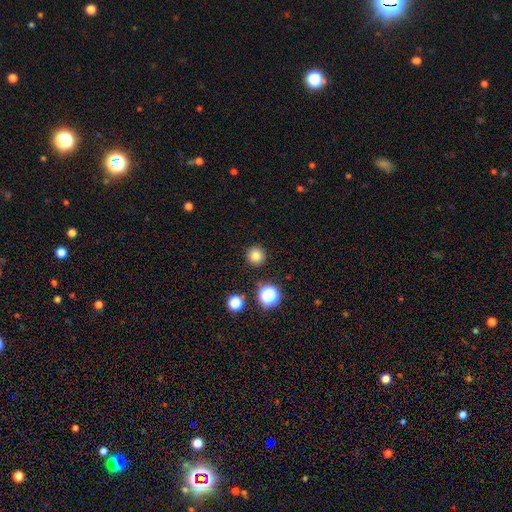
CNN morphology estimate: Smooth or featured? Predicted: smooth (p=0.80). How rounded? Predicted: round (p=0.96). Merging? Predicted: none (p=0.92).